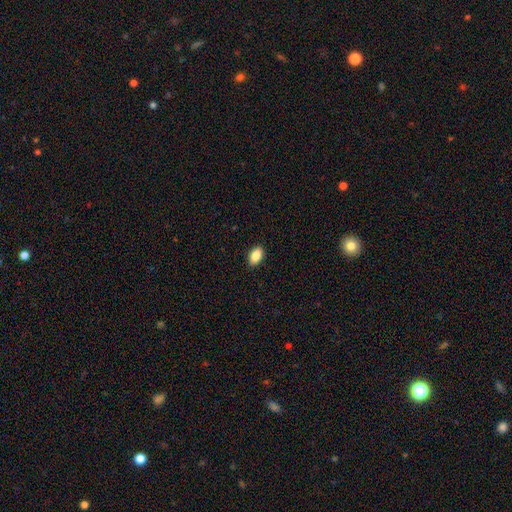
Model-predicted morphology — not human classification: This appears to be a smooth galaxy with no disk features (87%) that is in between round and cigar-shaped (91%). Merging: none (90%).